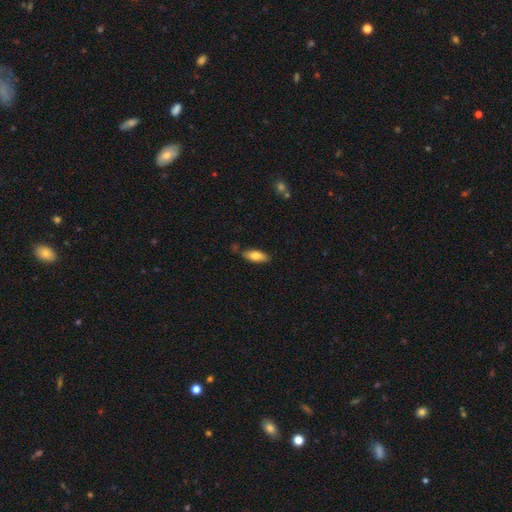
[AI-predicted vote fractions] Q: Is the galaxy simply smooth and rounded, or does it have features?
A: smooth — 81%.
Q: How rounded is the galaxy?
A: in between — 79%.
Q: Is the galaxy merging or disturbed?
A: none — 78%.